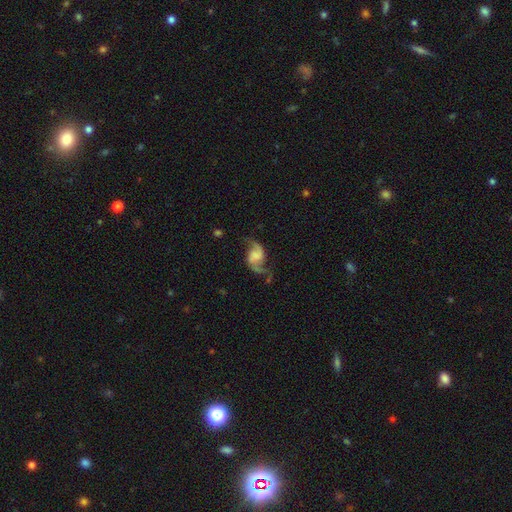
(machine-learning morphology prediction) The model was most divided on "bar": no: 49%, weak: 37%, strong: 14%. Remaining: edge-on disk — no (97%); spiral arms — yes (96%); spiral arm count — 2 (93%); smooth or featured — featured or disk (83%); spiral winding — loose (75%); merging — none (65%); bulge size — none (47%).